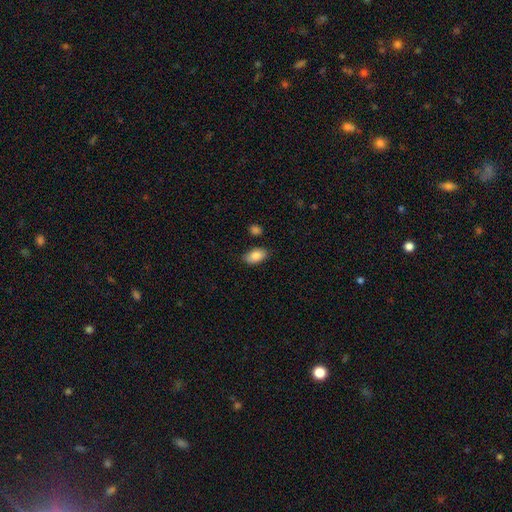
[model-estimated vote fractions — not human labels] Q: Smooth or featured?
A: smooth (87%); runner-up: star or artifact (7%)
Q: How rounded?
A: in between (93%); runner-up: round (5%)
Q: Merging?
A: none (82%); runner-up: minor disturbance (13%)